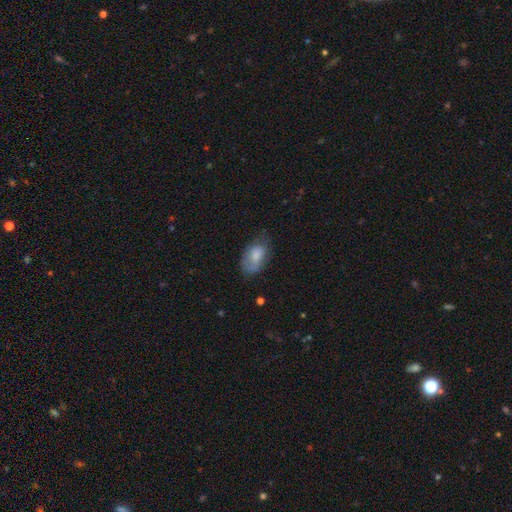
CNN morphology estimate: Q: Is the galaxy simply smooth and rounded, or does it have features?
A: smooth — 73%.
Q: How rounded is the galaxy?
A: in between — 91%.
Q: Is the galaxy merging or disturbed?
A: none — 50%.